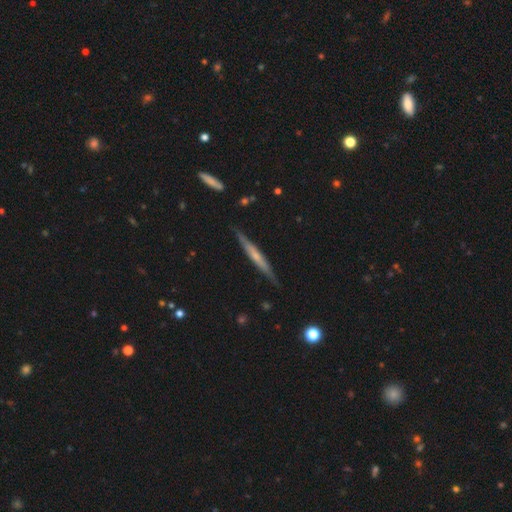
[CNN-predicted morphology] type=featured or disk (58%); edge-on=yes (95%); edge-on bulge=none (54%); merging=none (84%).